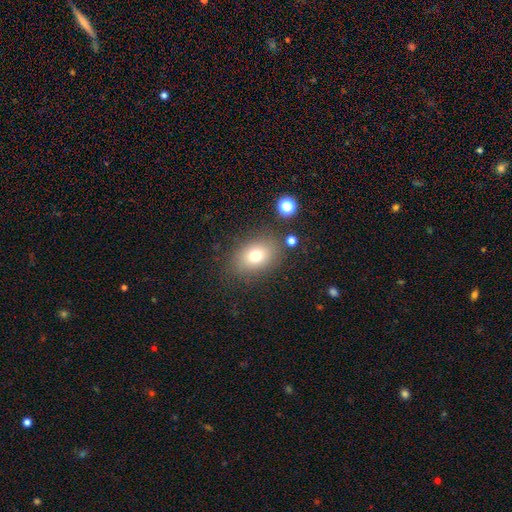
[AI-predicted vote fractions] smooth_or_featured: smooth (p=0.74) [alt: featured or disk p=0.13]
how_rounded: in between (p=0.69) [alt: round p=0.30]
merging: none (p=0.80) [alt: minor disturbance p=0.12]